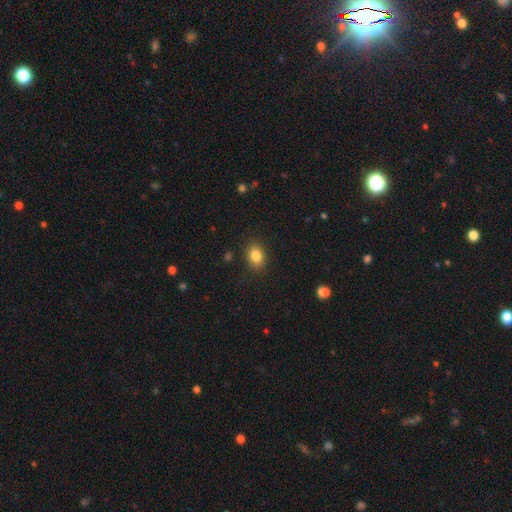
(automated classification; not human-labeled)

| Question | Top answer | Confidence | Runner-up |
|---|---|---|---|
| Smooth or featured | smooth | 84% | star or artifact (10%) |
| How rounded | in between | 69% | round (30%) |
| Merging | none | 88% | minor disturbance (9%) |